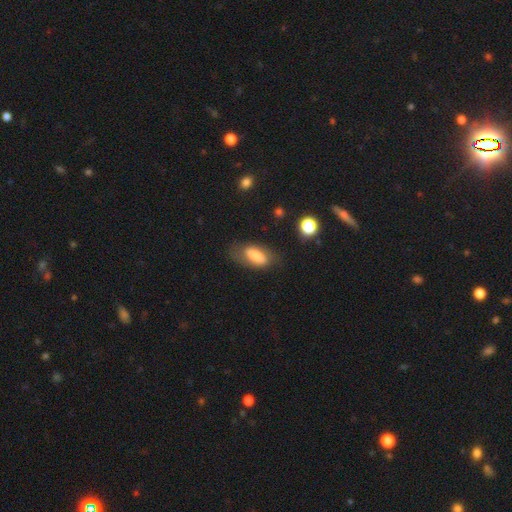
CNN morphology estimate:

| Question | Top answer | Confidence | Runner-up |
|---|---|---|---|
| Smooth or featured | smooth | 66% | featured or disk (26%) |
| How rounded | in between | 82% | cigar-shaped (14%) |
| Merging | none | 62% | minor disturbance (24%) |